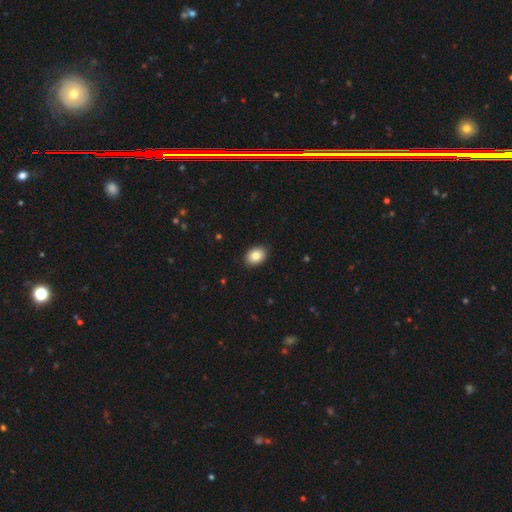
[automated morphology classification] smooth 85%, star or artifact 8%, featured or disk 7%. Down the decision tree: how rounded — in between (74%); merging — none (89%).